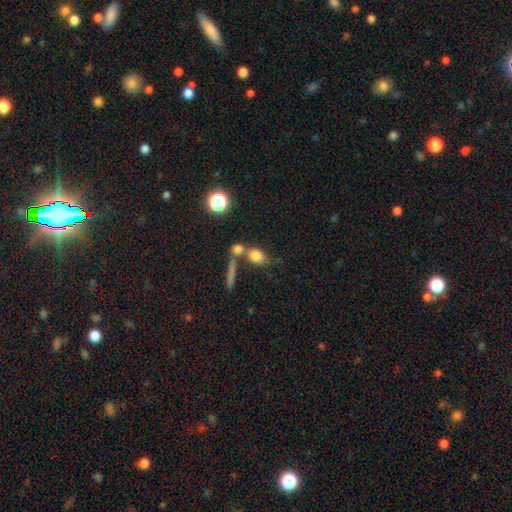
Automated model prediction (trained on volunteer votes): This is likely a smooth galaxy (77%). How rounded: possibly in between (56%). Merging: possibly none (47%).